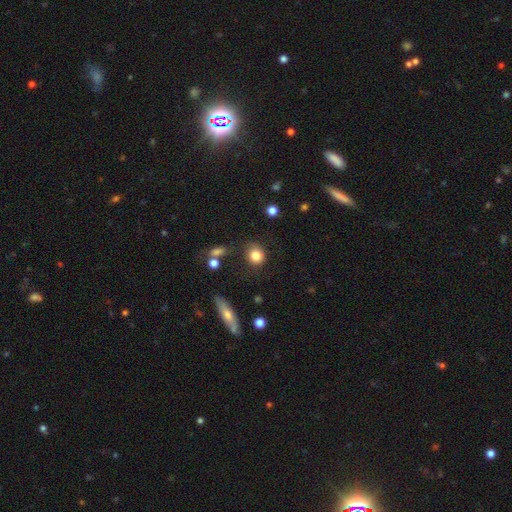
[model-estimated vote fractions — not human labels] Smooth or featured? Predicted: smooth (p=0.82). How rounded? Predicted: round (p=0.79). Merging? Predicted: none (p=0.74).